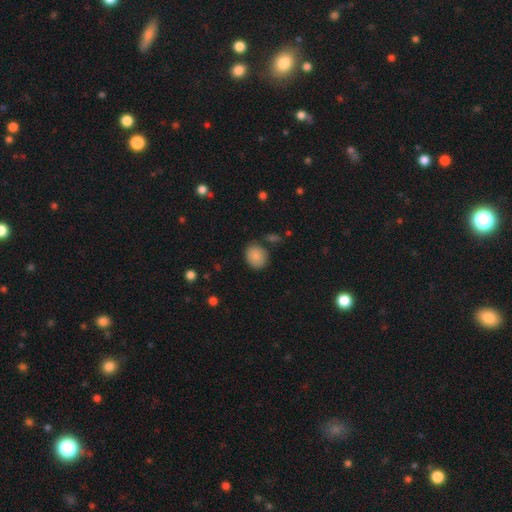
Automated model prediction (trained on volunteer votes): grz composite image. It shows a smooth galaxy with no disk features (87%) that is round (55%). Merging: none (75%).